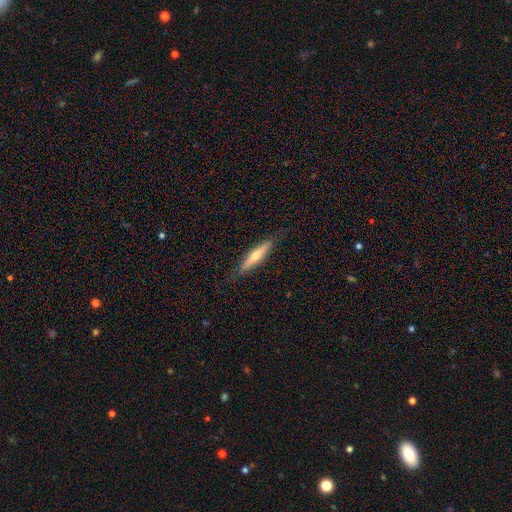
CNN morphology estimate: smooth_or_featured: featured or disk (p=0.54) [alt: smooth p=0.41]
disk_edge_on: yes (p=0.92) [alt: no p=0.08]
merging: none (p=0.84) [alt: minor disturbance p=0.13]